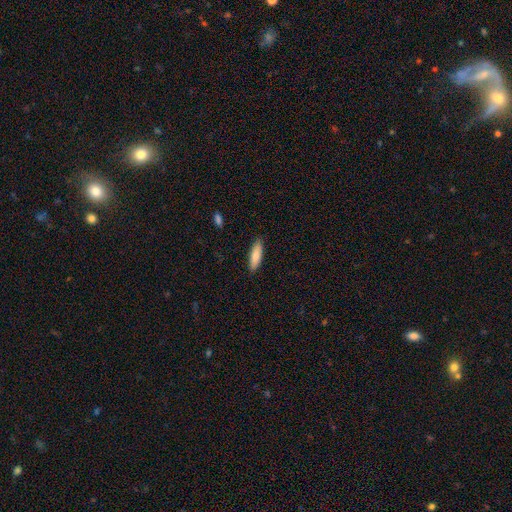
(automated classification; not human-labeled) Smooth or featured? smooth (83%)
How rounded? cigar-shaped (55%)
Merging? none (88%)